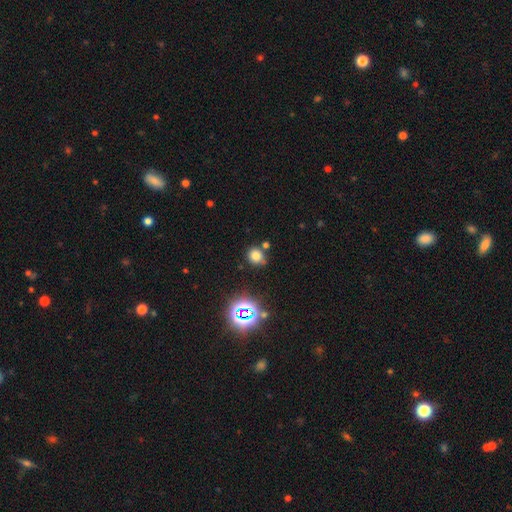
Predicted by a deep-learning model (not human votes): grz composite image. It shows a smooth galaxy with no disk features (71%) that is round (81%). Merging: none (72%).